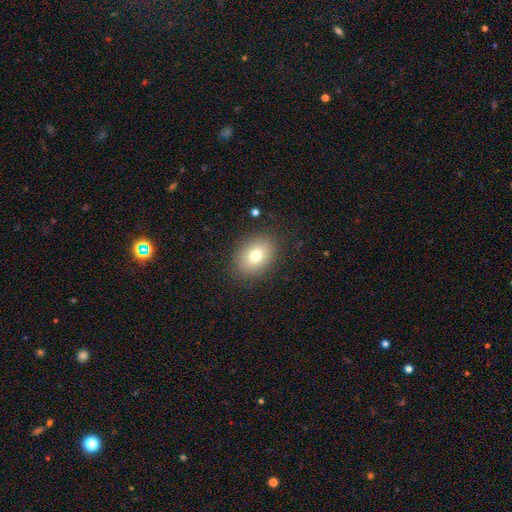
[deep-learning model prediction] This is likely a smooth galaxy (77%). How rounded: likely in between (68%). Merging: clearly none (87%).